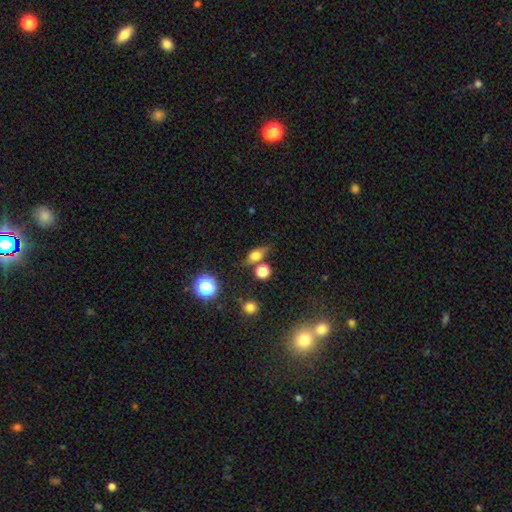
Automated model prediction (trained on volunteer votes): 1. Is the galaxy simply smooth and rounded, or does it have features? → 63% smooth, 22% featured or disk, 15% star or artifact.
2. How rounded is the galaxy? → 58% in between, 29% round, 13% cigar-shaped.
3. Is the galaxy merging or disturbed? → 66% none, 17% minor disturbance, 11% merger, 6% major disturbance.